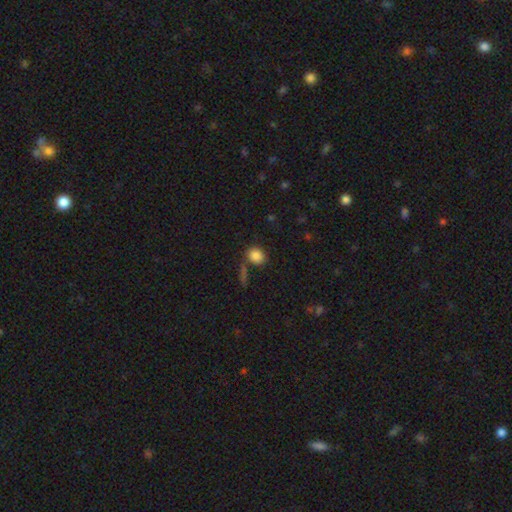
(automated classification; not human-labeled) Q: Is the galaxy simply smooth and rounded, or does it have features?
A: smooth — 85%.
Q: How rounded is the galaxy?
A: round — 61%.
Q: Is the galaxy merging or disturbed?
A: none — 70%.